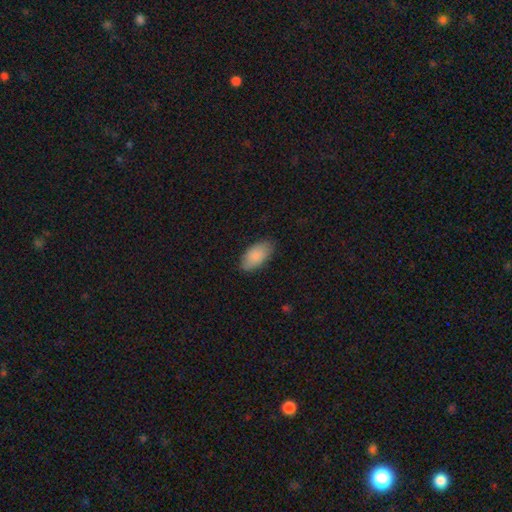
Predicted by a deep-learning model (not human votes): smooth-or-featured: smooth: 88% | star or artifact: 6% | featured or disk: 6%
  how-rounded: in between: 94% | cigar-shaped: 3% | round: 2%
  merging: none: 82% | minor disturbance: 15% | major disturbance: 3% | merger: 1%